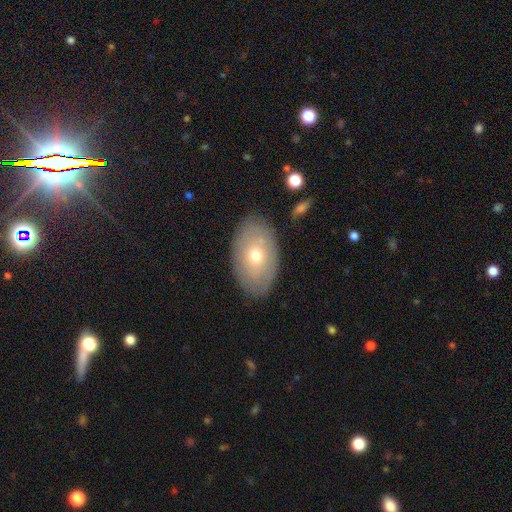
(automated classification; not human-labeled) A smooth galaxy with no disk features (60%) that is in between round and cigar-shaped (90%).

Vote fractions:
- Smooth or featured? smooth: 60% / featured or disk: 33% / star or artifact: 7%
- How rounded? in between: 90% / round: 9% / cigar-shaped: 1%
- Merging? none: 85% / minor disturbance: 11% / major disturbance: 3% / merger: 1%